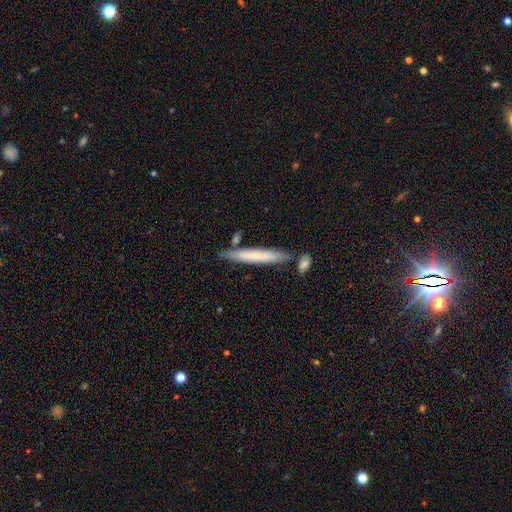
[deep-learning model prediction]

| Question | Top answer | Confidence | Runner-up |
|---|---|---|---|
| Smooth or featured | smooth | 67% | featured or disk (27%) |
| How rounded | cigar-shaped | 95% | in between (4%) |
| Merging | none | 77% | minor disturbance (12%) |